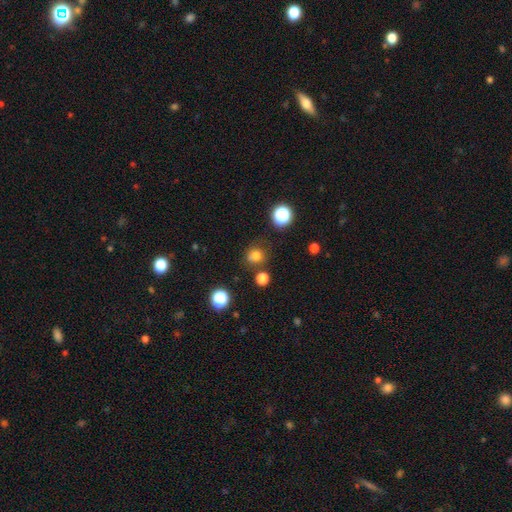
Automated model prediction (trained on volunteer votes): A smooth galaxy with no disk features (76%) that is round (84%). Merging: none (78%).